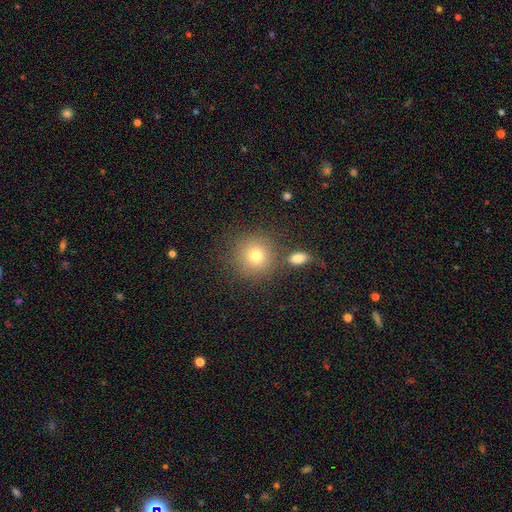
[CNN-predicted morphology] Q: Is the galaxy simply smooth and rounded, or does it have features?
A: smooth — 76%.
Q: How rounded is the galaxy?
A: round — 92%.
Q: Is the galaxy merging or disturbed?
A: none — 77%.